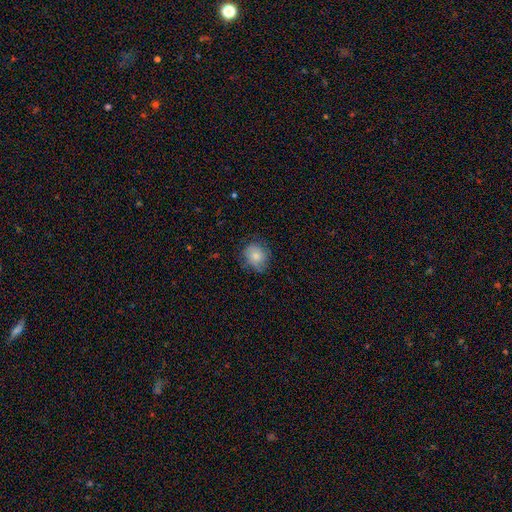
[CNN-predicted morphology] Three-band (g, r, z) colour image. It shows a smooth galaxy with no disk features (78%) that is round (72%). Merging: none (70%).